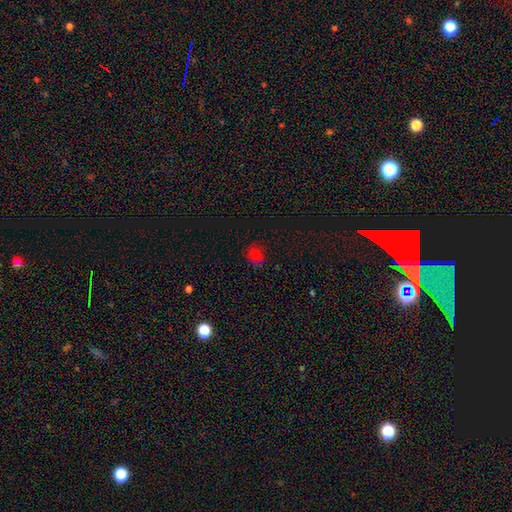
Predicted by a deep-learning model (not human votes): This appears to be a smooth galaxy with no disk features (62%) that is round (65%). Merging: none (72%).